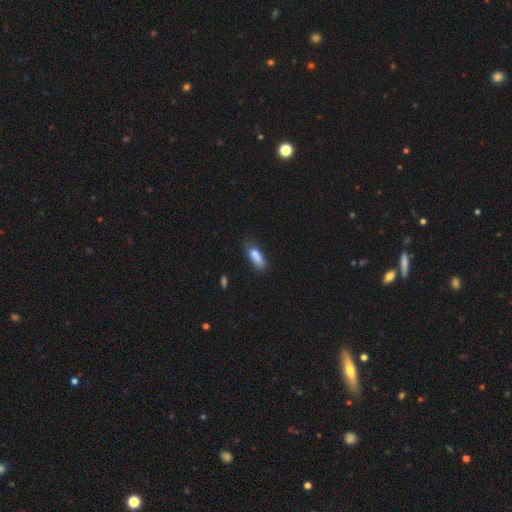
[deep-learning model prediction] This appears to be a smooth galaxy with no disk features (82%) that is in between round and cigar-shaped (62%). Merging: none (60%).